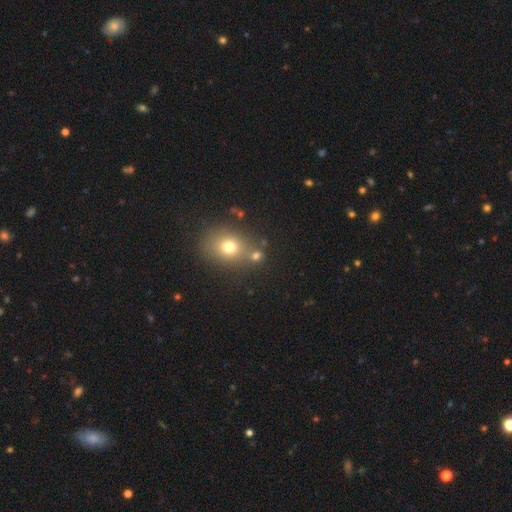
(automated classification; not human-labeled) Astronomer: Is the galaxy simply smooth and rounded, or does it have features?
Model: smooth — 70%.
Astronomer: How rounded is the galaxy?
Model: round — 71%.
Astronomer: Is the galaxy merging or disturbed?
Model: none — 61%.